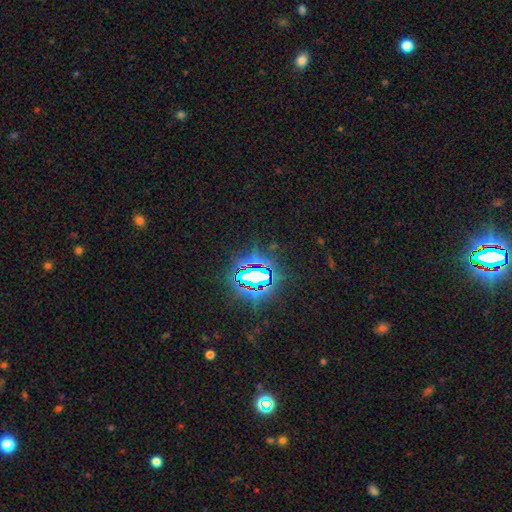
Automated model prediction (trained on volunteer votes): This appears to be a star or artifact, not a galaxy (82%).